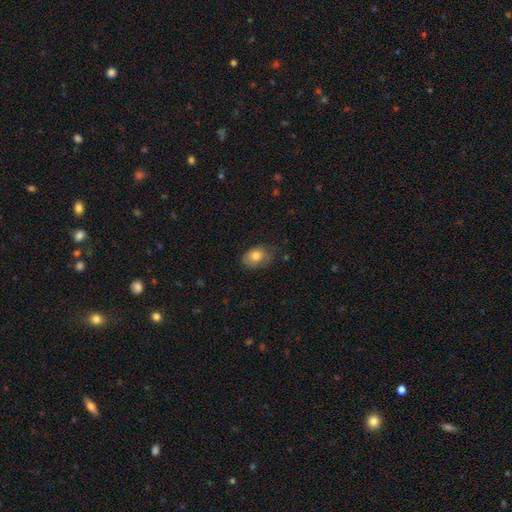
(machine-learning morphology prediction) type=smooth (76%); roundness=in between (82%); merging=none (60%).